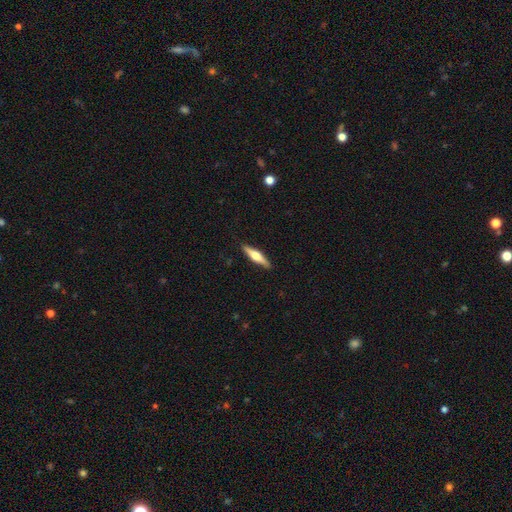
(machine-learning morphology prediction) smooth_or_featured: featured or disk (p=0.57) [alt: smooth p=0.37]
disk_edge_on: yes (p=0.96) [alt: no p=0.04]
edge_on_bulge: rounded (p=0.93) [alt: boxy p=0.05]
merging: none (p=0.90) [alt: minor disturbance p=0.08]